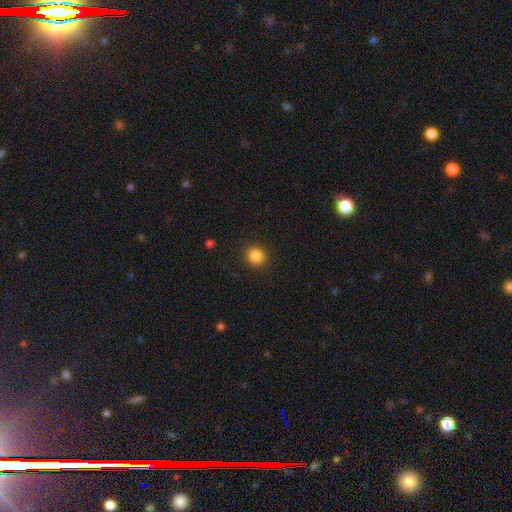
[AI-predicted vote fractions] A smooth galaxy with no disk features (85%) that is round (89%). Merging: none (91%).